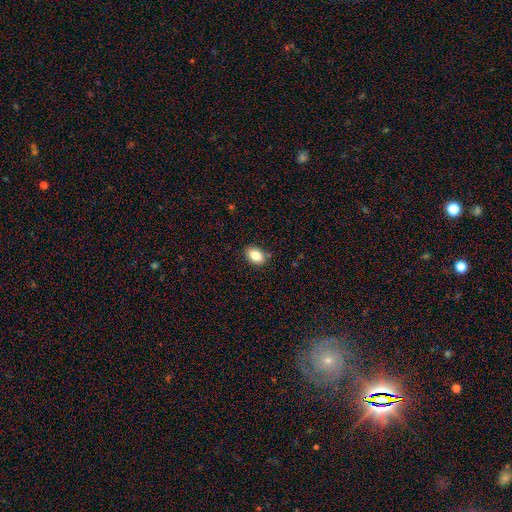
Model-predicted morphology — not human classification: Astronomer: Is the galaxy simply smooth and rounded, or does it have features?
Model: smooth — 84%.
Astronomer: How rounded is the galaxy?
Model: in between — 82%.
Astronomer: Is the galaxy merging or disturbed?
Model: none — 86%.